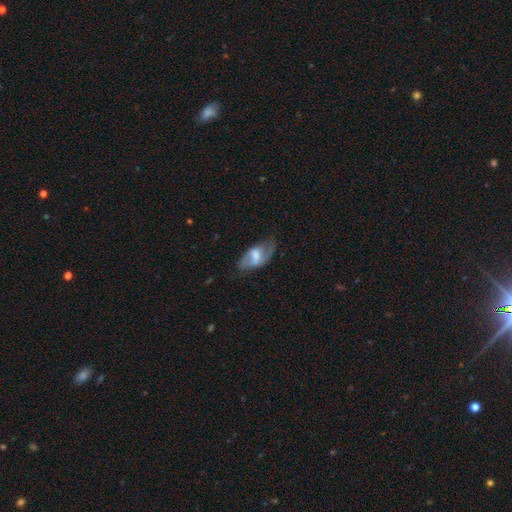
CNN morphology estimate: type=featured or disk (49%); merging=none (58%).